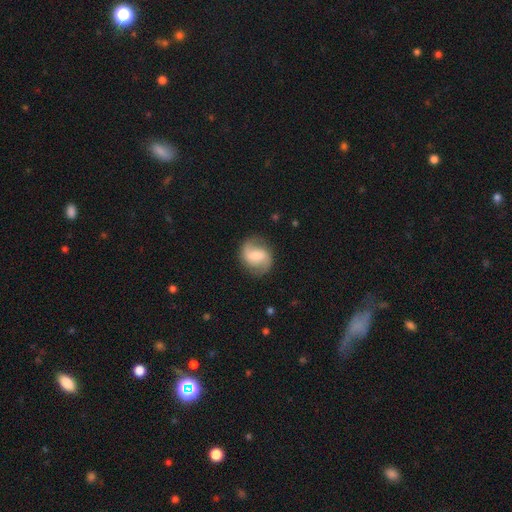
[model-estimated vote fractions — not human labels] This appears to be a featured or disk galaxy (63%) with a weak bar (47%), 2 (90%) loose (43%) spiral arms (90%) and a moderate central bulge (44%). Merging: none (80%).